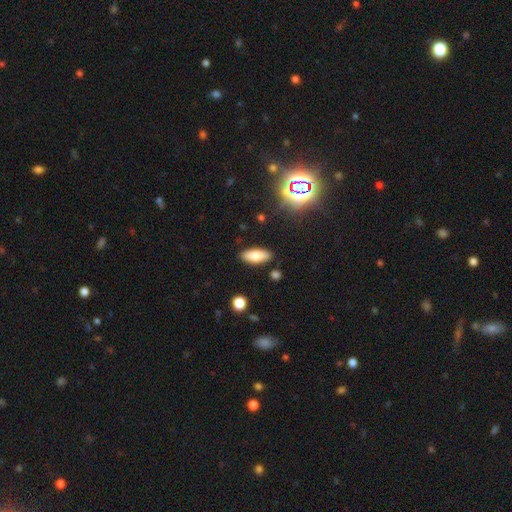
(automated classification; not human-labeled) A smooth galaxy with no disk features (73%) that is in between round and cigar-shaped (79%). Merging: none (86%).